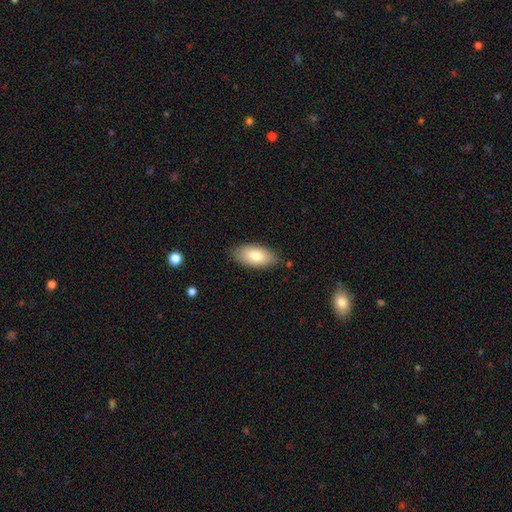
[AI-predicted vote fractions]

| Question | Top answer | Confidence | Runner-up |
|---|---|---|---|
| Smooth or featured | smooth | 78% | featured or disk (16%) |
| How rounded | in between | 91% | cigar-shaped (6%) |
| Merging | none | 85% | minor disturbance (12%) |